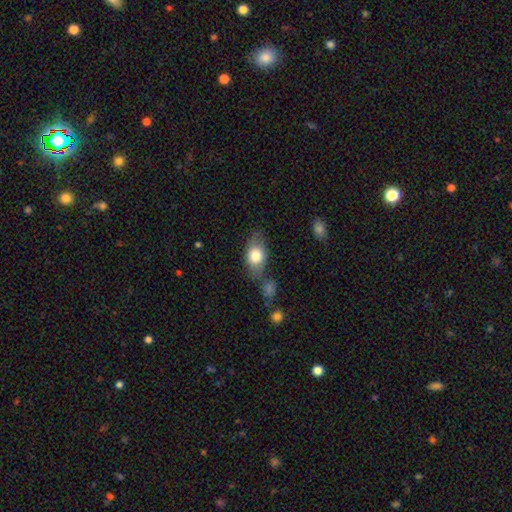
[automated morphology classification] Q: Smooth or featured?
A: smooth (75%); runner-up: featured or disk (18%)
Q: How rounded?
A: in between (80%); runner-up: round (16%)
Q: Merging?
A: none (66%); runner-up: minor disturbance (18%)